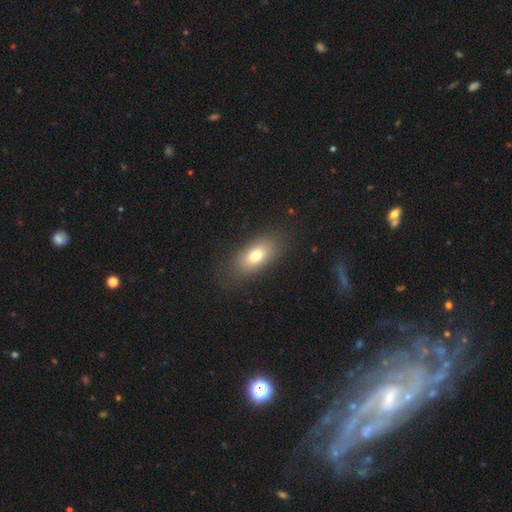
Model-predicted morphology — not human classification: The model was most divided on "smooth or featured": smooth: 74%, featured or disk: 16%, star or artifact: 10%. More confident: how rounded — in between (86%); merging — none (83%).